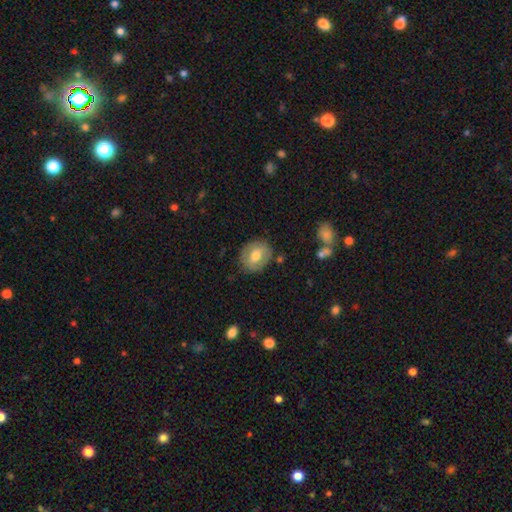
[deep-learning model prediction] Smooth or featured: smooth — 62% (featured or disk — 30%)
How rounded: round — 65% (in between — 34%)
Merging: none — 80% (minor disturbance — 14%)